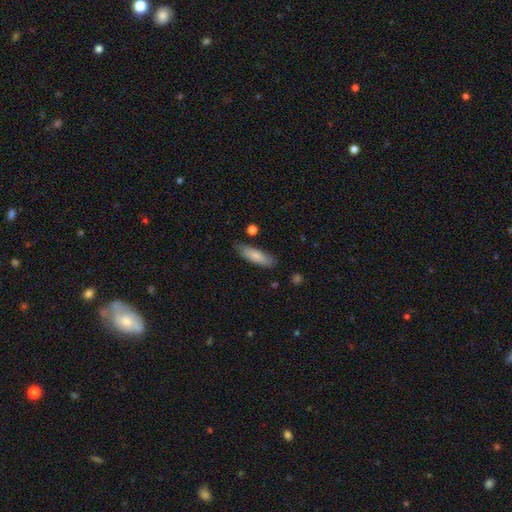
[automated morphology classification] smooth_or_featured: smooth (p=0.81) [alt: featured or disk p=0.13]
how_rounded: in between (p=0.50) [alt: cigar-shaped p=0.48]
merging: none (p=0.77) [alt: minor disturbance p=0.17]